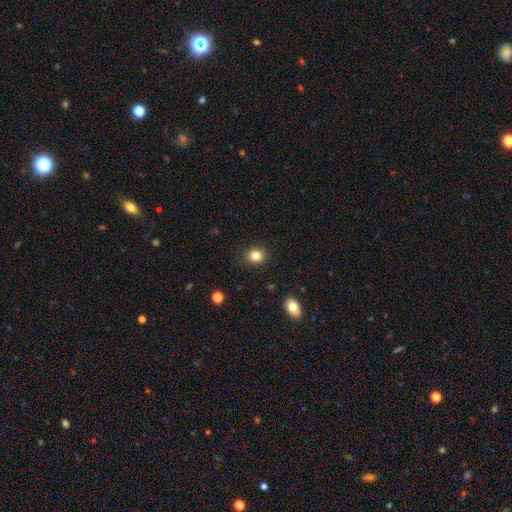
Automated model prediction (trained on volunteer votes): A smooth galaxy with no disk features (83%) that is round (67%). Merging: none (89%).